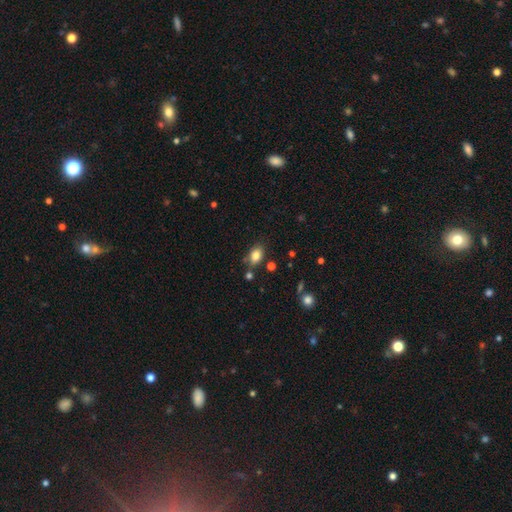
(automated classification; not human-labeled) Morphology: type=smooth (82%); roundness=in between (81%); merging=none (76%).